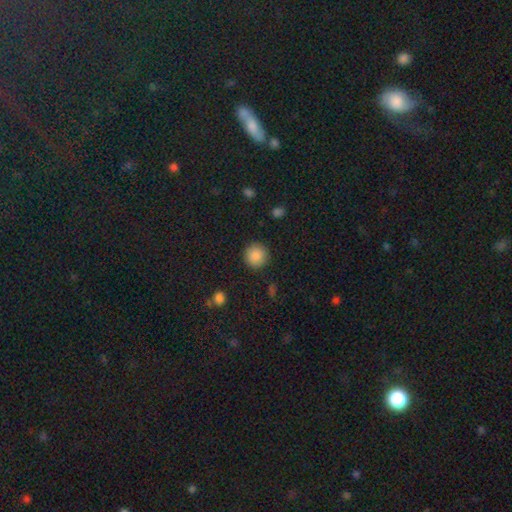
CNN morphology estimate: A smooth galaxy with no disk features (88%) that is round (94%).

Vote fractions:
- Smooth or featured? smooth: 88% / star or artifact: 9% / featured or disk: 3%
- How rounded? round: 94% / in between: 5% / cigar-shaped: 1%
- Merging? none: 91% / minor disturbance: 5% / major disturbance: 2% / merger: 1%